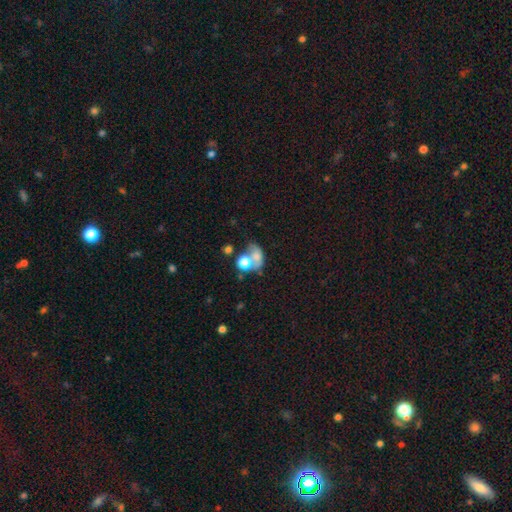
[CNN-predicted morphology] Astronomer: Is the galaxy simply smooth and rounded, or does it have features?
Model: smooth — 62%.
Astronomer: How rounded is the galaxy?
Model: in between — 64%.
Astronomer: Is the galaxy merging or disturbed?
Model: merger — 48%.